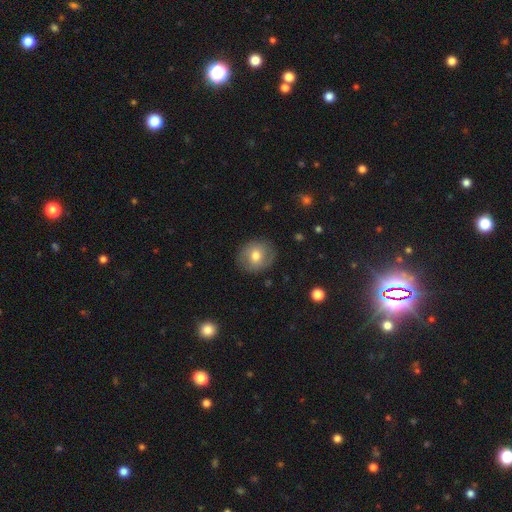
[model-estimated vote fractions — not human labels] Smooth or featured? smooth (65%)
How rounded? round (80%)
Merging? none (85%)